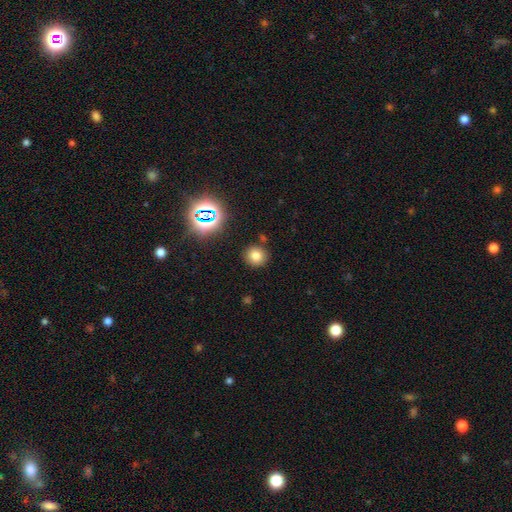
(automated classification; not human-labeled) Smooth or featured? smooth (73%)
How rounded? round (92%)
Merging? none (86%)